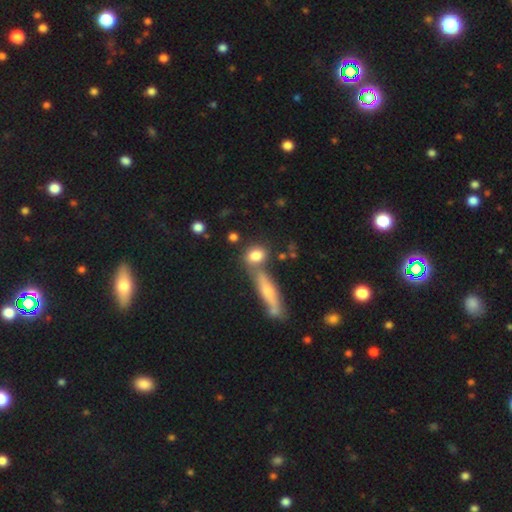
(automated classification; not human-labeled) Morphology: type=smooth (78%); roundness=in between (53%); merging=none (56%).